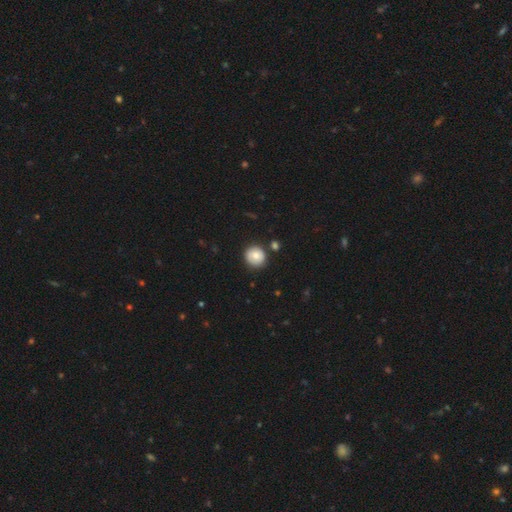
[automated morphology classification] Overall: smooth (72%). How rounded: round (94%). Merging: none (84%).